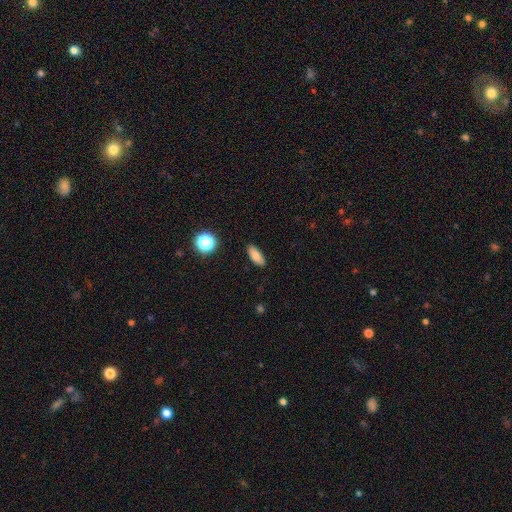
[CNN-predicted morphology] type=smooth (80%); roundness=in between (82%); merging=none (87%).